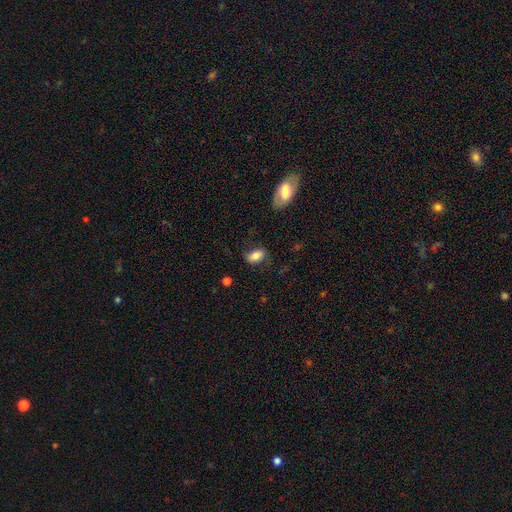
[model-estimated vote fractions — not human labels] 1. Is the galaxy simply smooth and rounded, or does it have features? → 78% smooth, 14% featured or disk, 8% star or artifact.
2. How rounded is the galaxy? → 89% in between, 9% round, 2% cigar-shaped.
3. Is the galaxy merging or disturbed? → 72% none, 19% minor disturbance, 7% major disturbance, 2% merger.